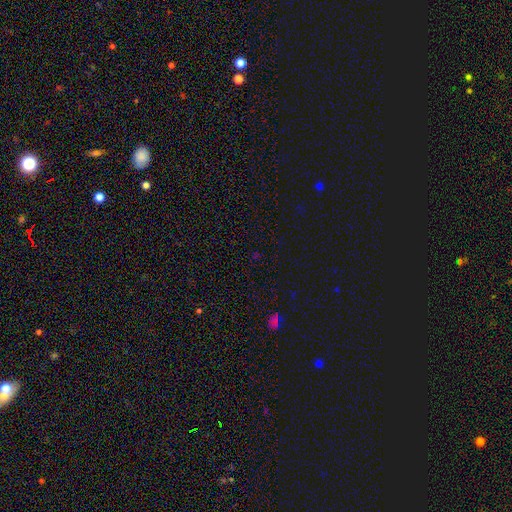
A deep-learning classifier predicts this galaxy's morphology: smooth_or_featured: star or artifact (p=0.68) [alt: smooth p=0.25]